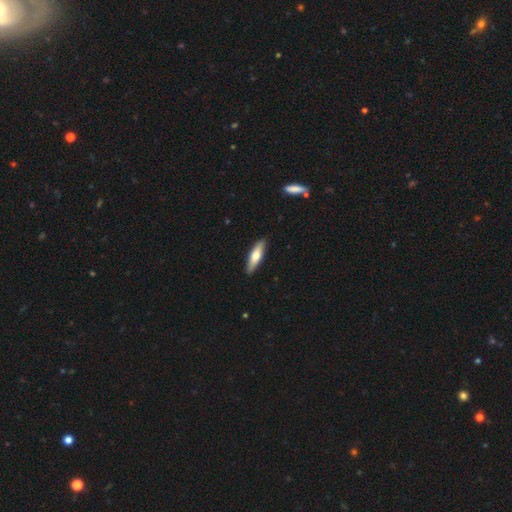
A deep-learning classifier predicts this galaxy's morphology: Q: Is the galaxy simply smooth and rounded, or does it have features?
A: smooth — 57%.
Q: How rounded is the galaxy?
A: cigar-shaped — 69%.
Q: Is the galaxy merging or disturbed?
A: none — 90%.